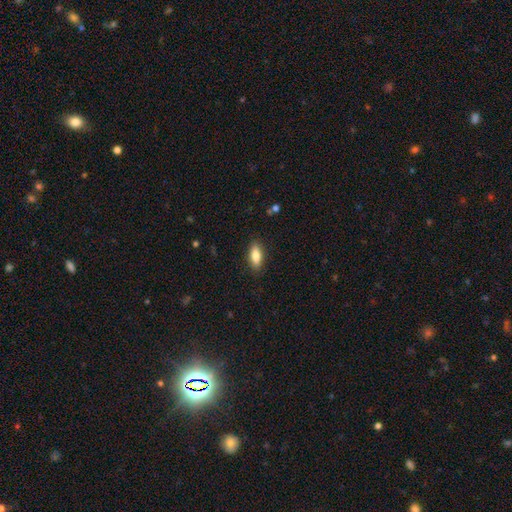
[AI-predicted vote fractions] This is clearly a smooth galaxy (82%). How rounded: likely in between (78%). Merging: clearly none (88%).